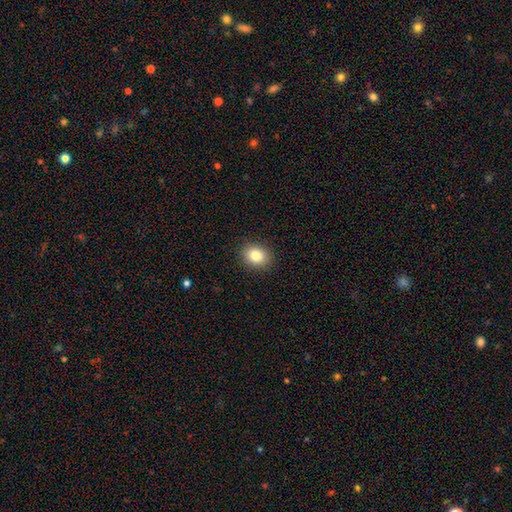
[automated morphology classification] smooth_or_featured: smooth (p=0.83) [alt: star or artifact p=0.10]
how_rounded: round (p=0.54) [alt: in between p=0.45]
merging: none (p=0.90) [alt: minor disturbance p=0.07]